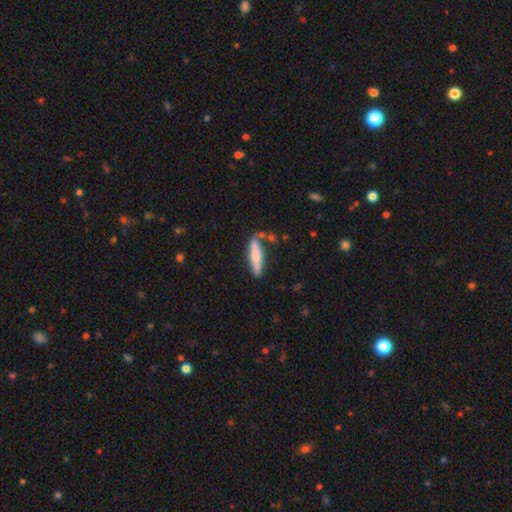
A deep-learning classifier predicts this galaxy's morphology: smooth 72%, featured or disk 23%, star or artifact 6%. Down the decision tree: how rounded — cigar-shaped (75%); merging — none (68%).